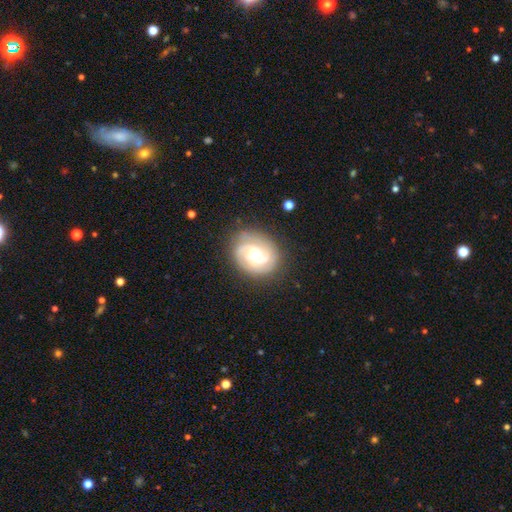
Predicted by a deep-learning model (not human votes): smooth_or_featured: featured or disk (p=0.83) [alt: smooth p=0.12]
disk_edge_on: no (p=0.98) [alt: yes p=0.02]
bar: no (p=0.60) [alt: weak p=0.32]
has_spiral_arms: yes (p=0.96) [alt: no p=0.04]
spiral_winding: tight (p=0.61) [alt: medium p=0.32]
spiral_arm_count: 2 (p=0.37) [alt: 3 p=0.35]
bulge_size: moderate (p=0.66) [alt: small p=0.25]
merging: none (p=0.80) [alt: minor disturbance p=0.14]